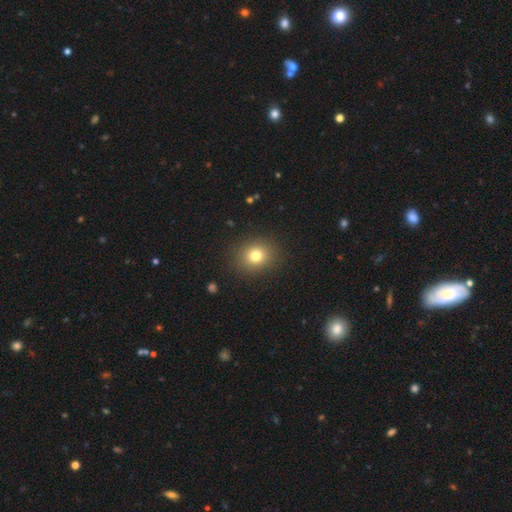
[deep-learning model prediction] smooth 78%, star or artifact 13%, featured or disk 9%. Down the decision tree: how rounded — round (74%); merging — none (89%).